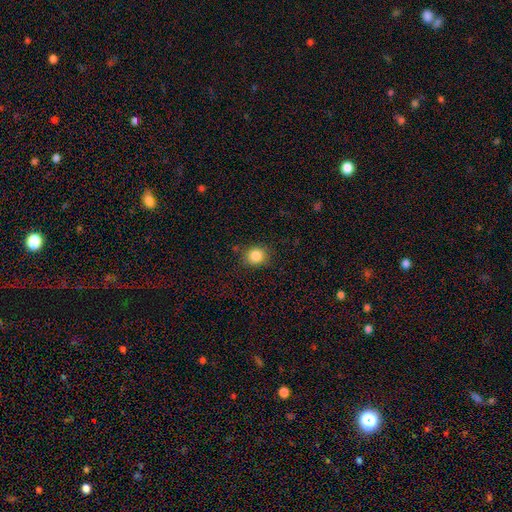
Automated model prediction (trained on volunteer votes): Smooth or featured: smooth — 85% (star or artifact — 10%)
How rounded: round — 79% (in between — 20%)
Merging: none — 85% (minor disturbance — 10%)